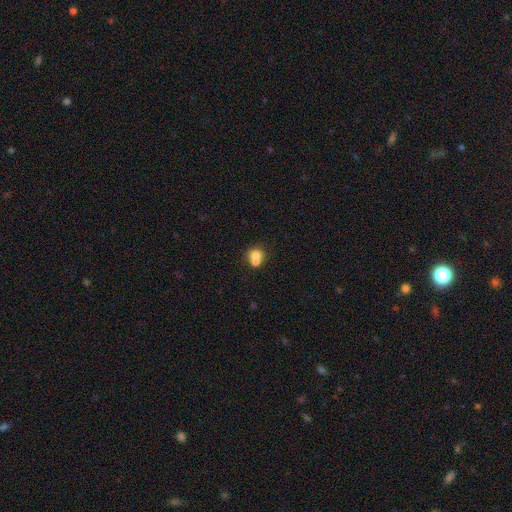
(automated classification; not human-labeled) Smooth or featured: smooth — 71% (featured or disk — 18%)
How rounded: round — 79% (in between — 21%)
Merging: merger — 59% (none — 32%)